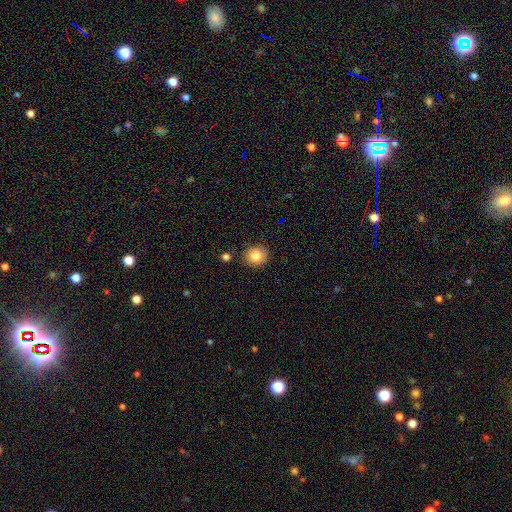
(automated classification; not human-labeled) The model was most divided on "smooth or featured": smooth: 82%, star or artifact: 10%, featured or disk: 7%. More confident: how rounded — round (87%); merging — none (87%).